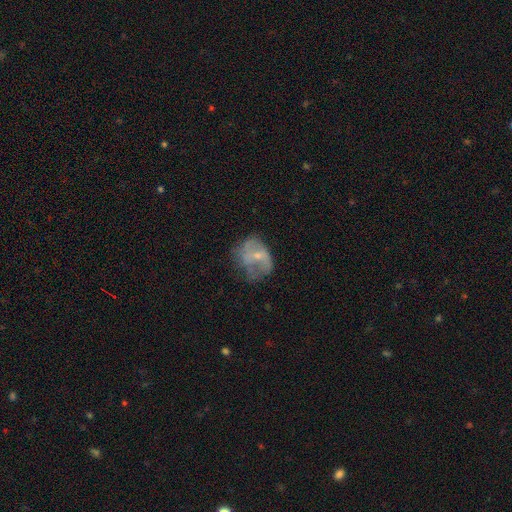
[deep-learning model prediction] Smooth or featured? Predicted: featured or disk (p=0.55). Edge-on disk? Predicted: no (p=0.97). Bar? Predicted: no (p=0.66). Spiral arms? Predicted: no (p=0.53). Bulge size? Predicted: small (p=0.63). Merging? Predicted: none (p=0.37).